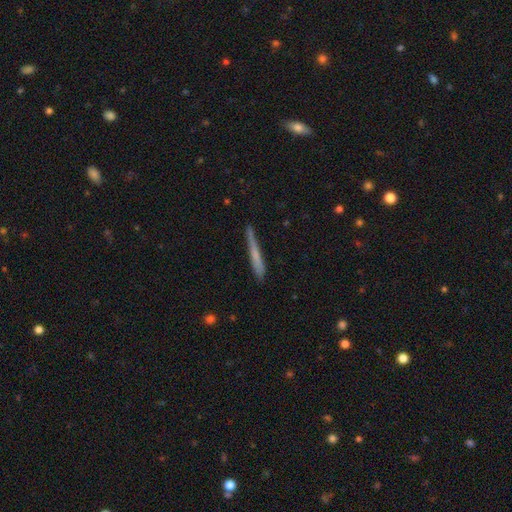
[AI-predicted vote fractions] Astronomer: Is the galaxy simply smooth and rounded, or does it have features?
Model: smooth — 59%.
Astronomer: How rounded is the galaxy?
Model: cigar-shaped — 96%.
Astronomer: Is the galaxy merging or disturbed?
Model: none — 78%.